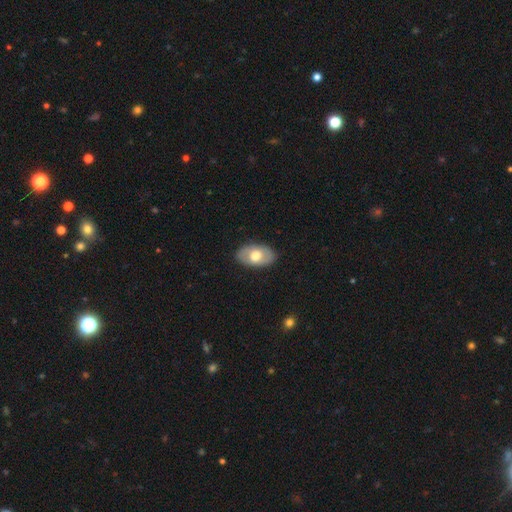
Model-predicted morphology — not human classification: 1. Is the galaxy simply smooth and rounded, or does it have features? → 60% smooth, 35% featured or disk, 6% star or artifact.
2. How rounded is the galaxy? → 91% in between, 7% round, 1% cigar-shaped.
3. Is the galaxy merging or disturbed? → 86% none, 11% minor disturbance, 3% major disturbance, 1% merger.